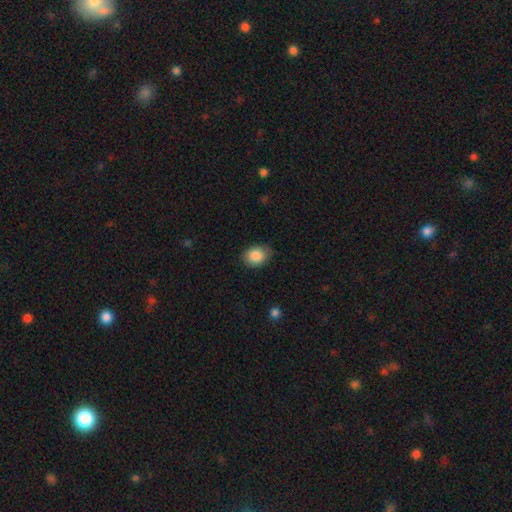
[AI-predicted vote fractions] smooth 87%, star or artifact 8%, featured or disk 5%. Down the decision tree: how rounded — in between (60%); merging — none (82%).